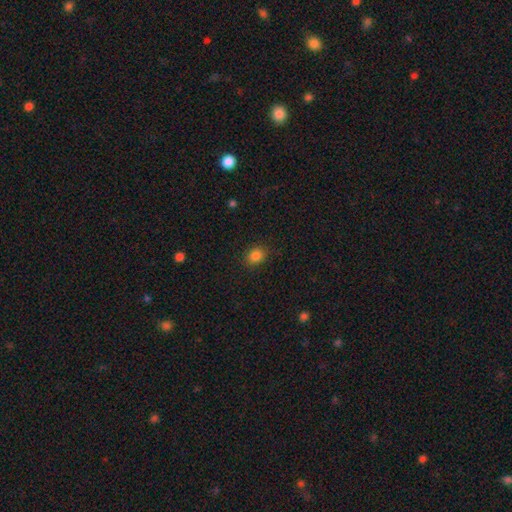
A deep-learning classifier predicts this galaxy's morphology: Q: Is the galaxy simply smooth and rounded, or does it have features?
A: smooth — 84%.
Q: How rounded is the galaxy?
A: round — 58%.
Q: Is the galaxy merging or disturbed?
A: none — 88%.